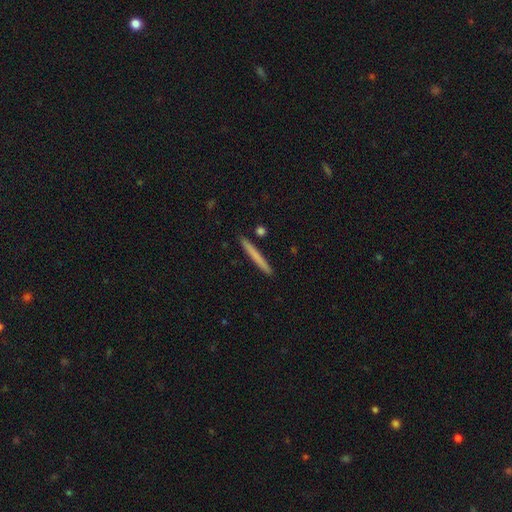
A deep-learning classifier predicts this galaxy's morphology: The model was most divided on "smooth or featured": smooth: 67%, featured or disk: 28%, star or artifact: 6%. More confident: how rounded — cigar-shaped (97%); merging — none (91%).